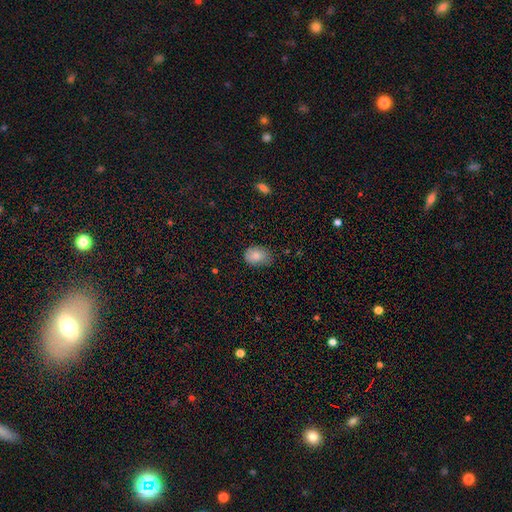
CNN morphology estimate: Smooth or featured? Predicted: smooth (p=0.84). How rounded? Predicted: in between (p=0.74). Merging? Predicted: none (p=0.58).